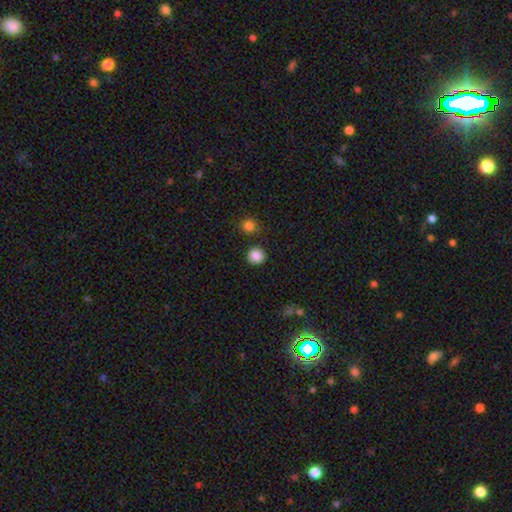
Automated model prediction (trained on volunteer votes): Smooth or featured? smooth (86%)
How rounded? round (92%)
Merging? none (88%)